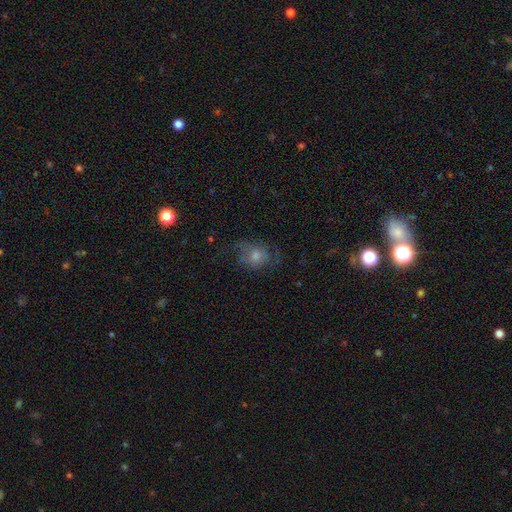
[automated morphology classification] A smooth galaxy with no disk features (54%) that is round (49%, tied with in between). Merging: none (50%).